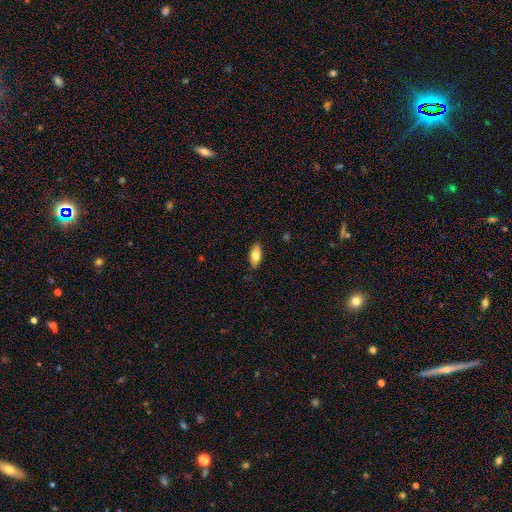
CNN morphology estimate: type=smooth (72%); roundness=in between (84%); merging=none (88%).